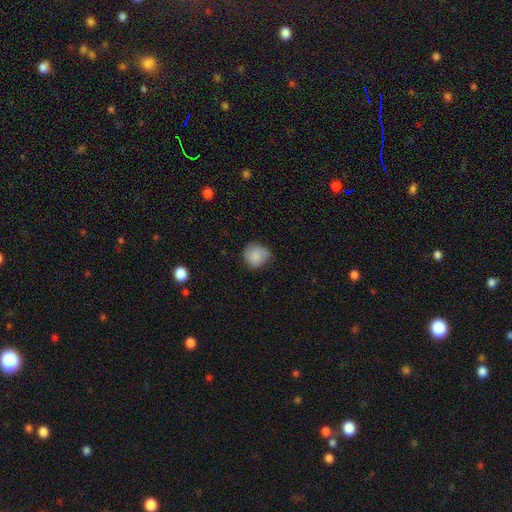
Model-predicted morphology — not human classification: Smooth or featured: smooth — 82% (featured or disk — 10%)
How rounded: round — 83% (in between — 16%)
Merging: none — 59% (minor disturbance — 33%)